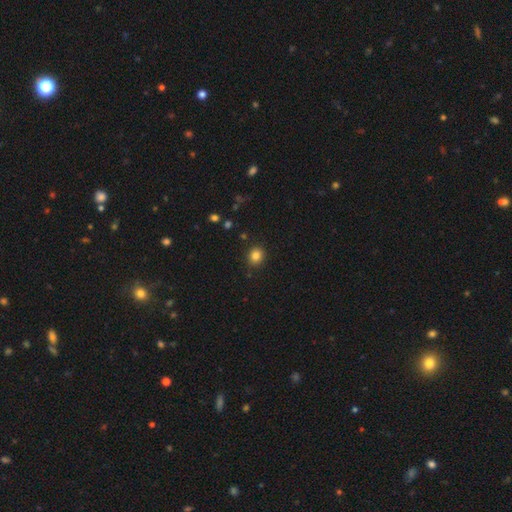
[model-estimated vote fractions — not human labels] The model was most divided on "how rounded": round: 76%, in between: 23%, cigar-shaped: 1%. More confident: merging — none (89%); smooth or featured — smooth (83%).